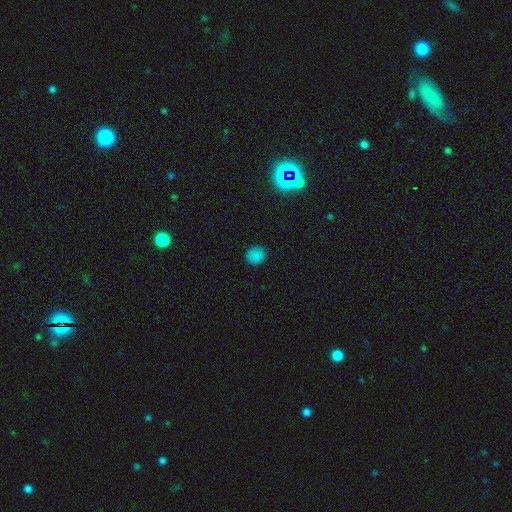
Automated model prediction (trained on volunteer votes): Q: Smooth or featured?
A: smooth (82%); runner-up: star or artifact (15%)
Q: How rounded?
A: round (83%); runner-up: in between (16%)
Q: Merging?
A: none (89%); runner-up: minor disturbance (7%)